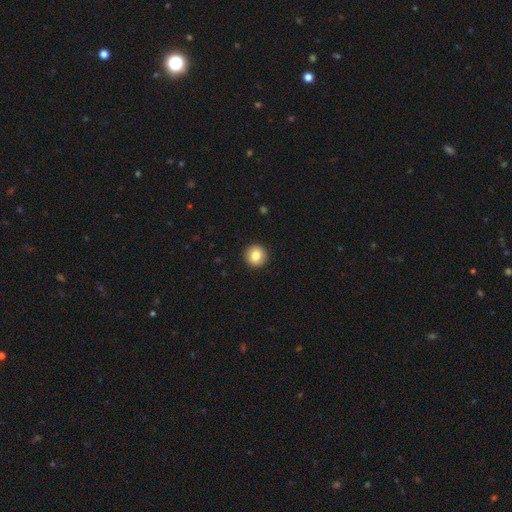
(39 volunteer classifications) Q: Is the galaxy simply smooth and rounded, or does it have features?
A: smooth — 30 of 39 (77%).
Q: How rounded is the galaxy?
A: round — 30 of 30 (100%).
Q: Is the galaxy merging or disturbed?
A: none — 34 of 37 (92%).